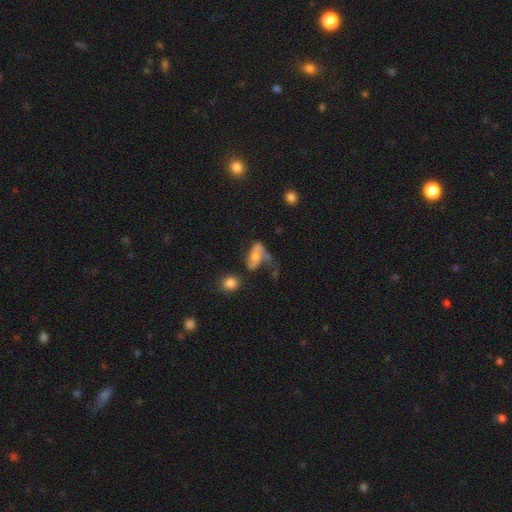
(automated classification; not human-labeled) Smooth or featured?
  - featured or disk: 53% *
  - smooth: 37%
  - star or artifact: 10%
Edge-on disk?
  - no: 92% *
  - yes: 8%
Merging?
  - major disturbance: 41% *
  - none: 25%
  - minor disturbance: 21%
  - merger: 13%